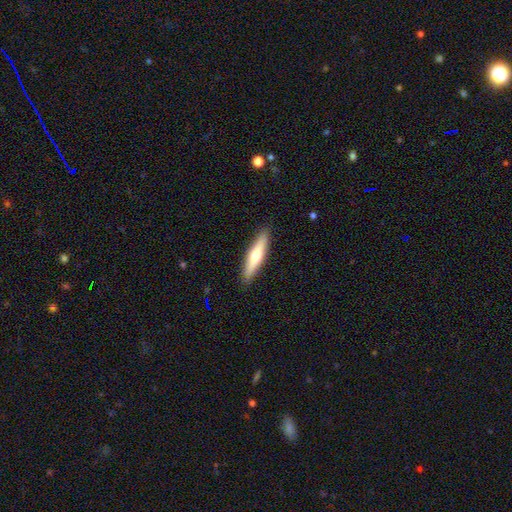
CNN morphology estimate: smooth 52%, featured or disk 43%, star or artifact 5%. Down the decision tree: how rounded — cigar-shaped (80%); merging — none (89%).